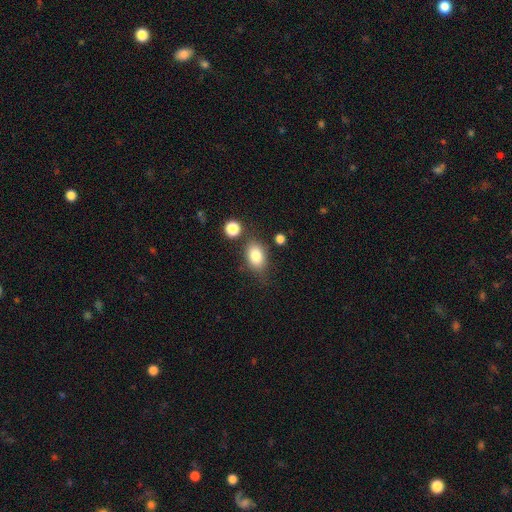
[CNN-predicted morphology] This is clearly a smooth galaxy (82%). How rounded: clearly in between (81%). Merging: likely none (72%).